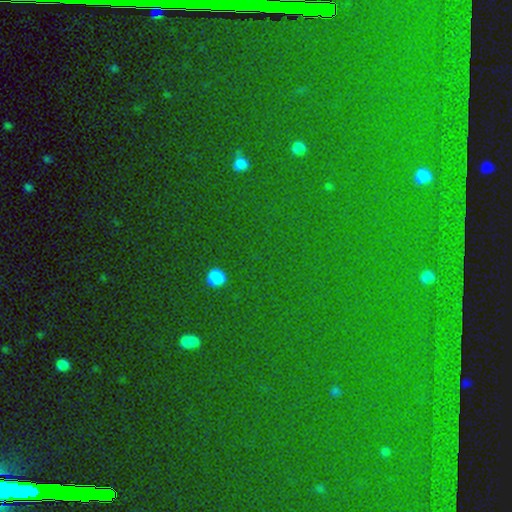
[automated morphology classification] smooth-or-featured: star or artifact: 79% | smooth: 12% | featured or disk: 9%